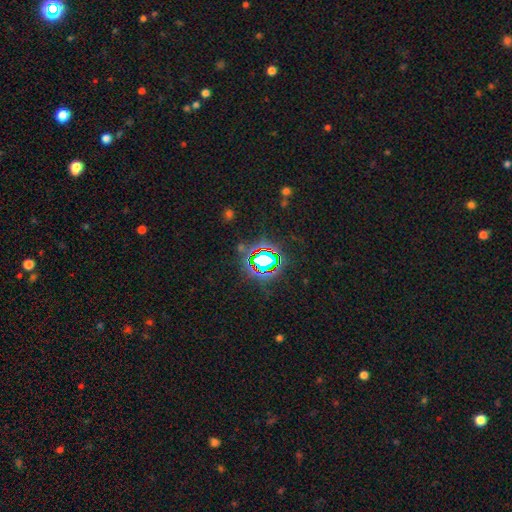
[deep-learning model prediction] Smooth or featured? star or artifact (77%)